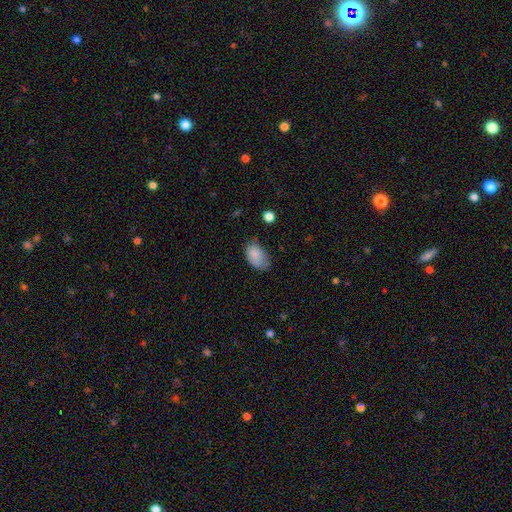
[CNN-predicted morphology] A smooth galaxy with no disk features (85%) that is in between round and cigar-shaped (91%). Merging: none (58%).